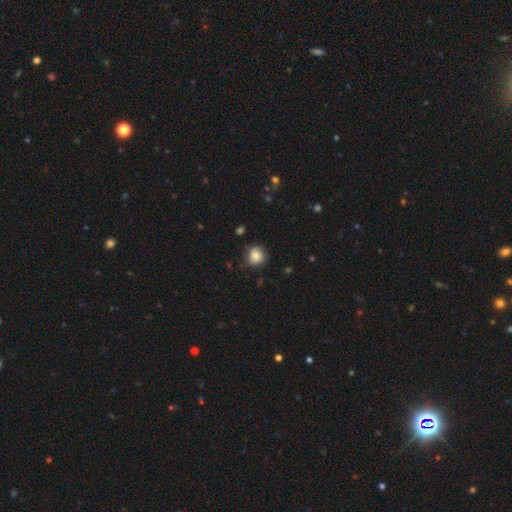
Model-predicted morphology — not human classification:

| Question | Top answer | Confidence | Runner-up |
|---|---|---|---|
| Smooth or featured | smooth | 78% | featured or disk (13%) |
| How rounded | round | 84% | in between (15%) |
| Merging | none | 73% | minor disturbance (21%) |